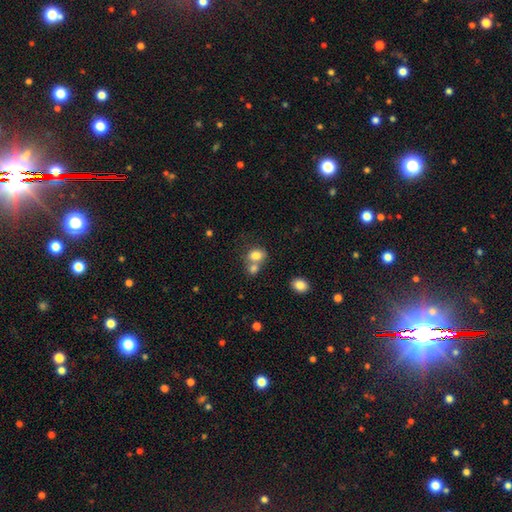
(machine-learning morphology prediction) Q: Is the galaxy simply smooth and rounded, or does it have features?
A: smooth — 80%.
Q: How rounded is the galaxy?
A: round — 50%.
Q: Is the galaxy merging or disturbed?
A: merger — 49%.